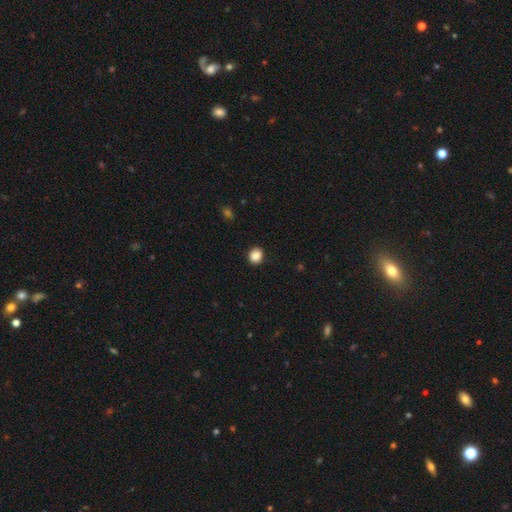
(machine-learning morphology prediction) Overall: smooth (87%). How rounded: round (77%). Merging: none (90%).